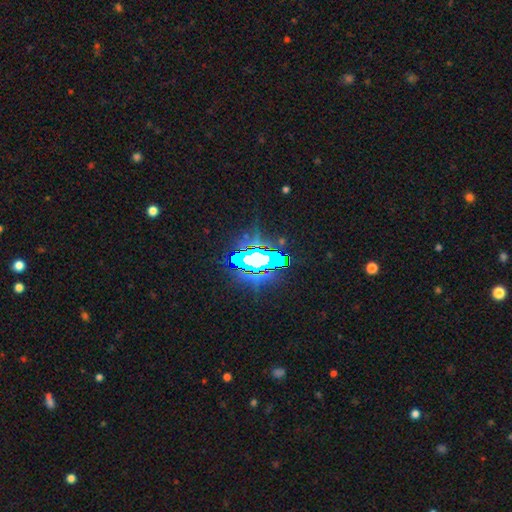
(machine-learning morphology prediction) The model was most divided on "smooth or featured": star or artifact: 65%, featured or disk: 19%, smooth: 16%.